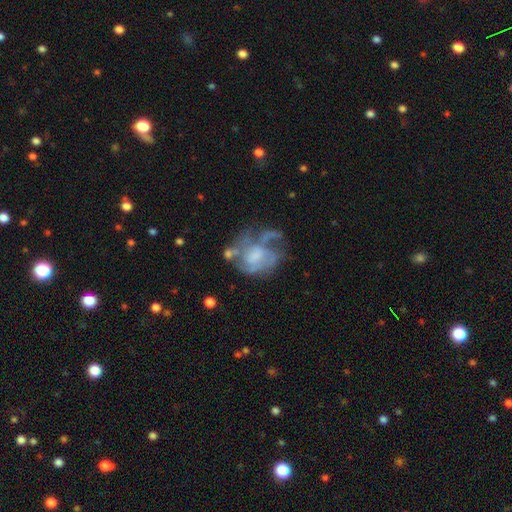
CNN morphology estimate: Smooth or featured? Predicted: featured or disk (p=0.70). Edge-on disk? Predicted: no (p=0.98). Bar? Predicted: no (p=0.64). Spiral arms? Predicted: yes (p=0.65). Bulge size? Predicted: moderate (p=0.36). Merging? Predicted: major disturbance (p=0.39).